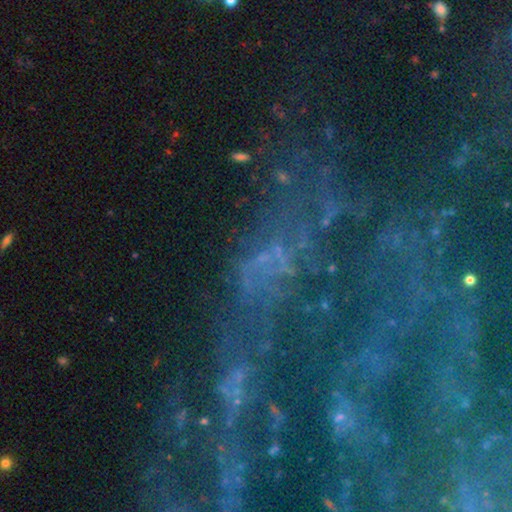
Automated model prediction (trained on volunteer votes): Smooth or featured? Predicted: star or artifact (p=0.44).